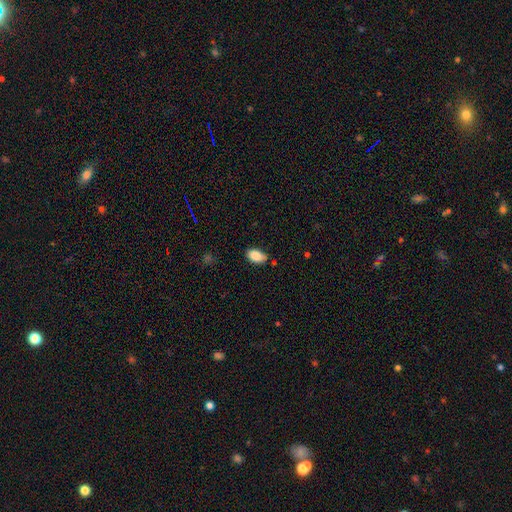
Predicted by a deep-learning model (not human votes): Overall: smooth (87%). How rounded: in between (92%). Merging: none (76%).